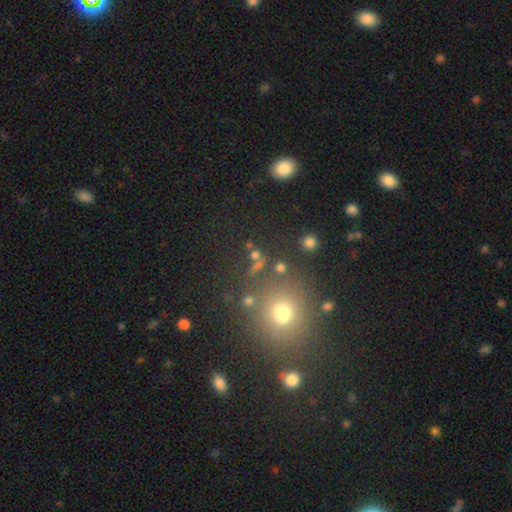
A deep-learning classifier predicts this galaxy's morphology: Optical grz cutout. It shows a smooth galaxy with no disk features (52%) that is round (75%). Merging: none (73%).